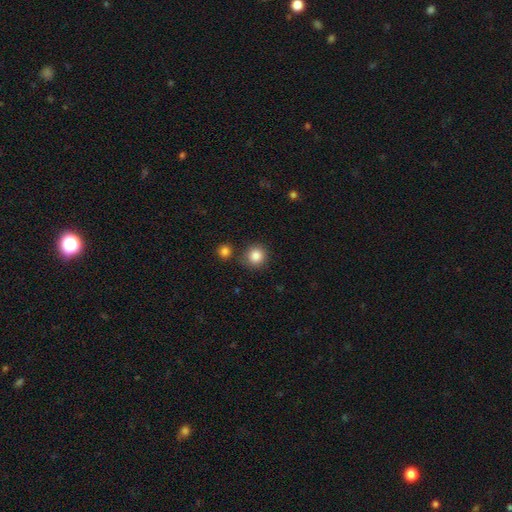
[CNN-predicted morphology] This appears to be a smooth galaxy with no disk features (86%) that is round (92%). Merging: none (80%).